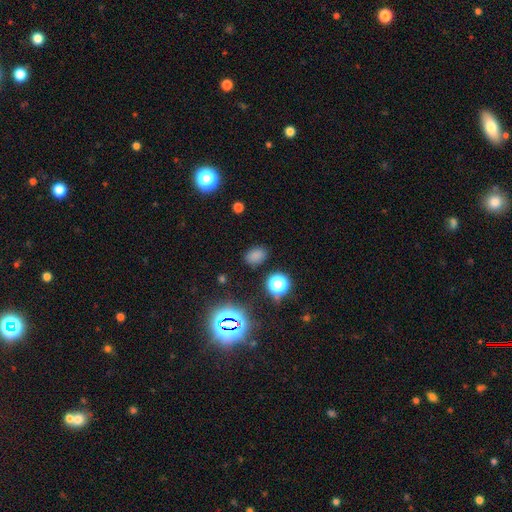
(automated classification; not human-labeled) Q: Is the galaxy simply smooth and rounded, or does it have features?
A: smooth — 73%.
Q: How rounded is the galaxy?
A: in between — 75%.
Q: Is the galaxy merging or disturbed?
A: none — 83%.